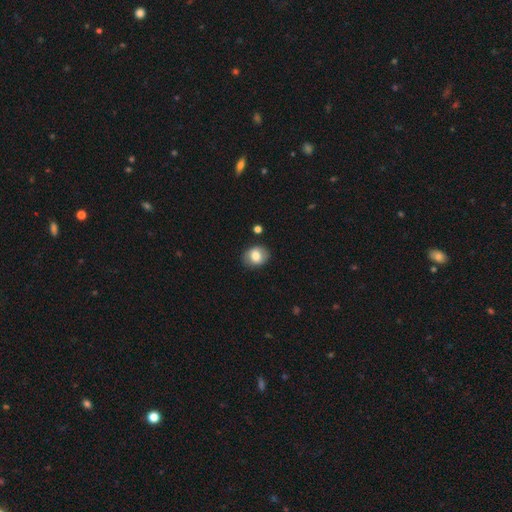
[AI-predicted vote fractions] A smooth galaxy with no disk features (75%) that is round (50%).

Vote fractions:
- Smooth or featured? smooth: 75% / featured or disk: 17% / star or artifact: 8%
- How rounded? round: 50% / in between: 49% / cigar-shaped: 1%
- Merging? none: 80% / minor disturbance: 14% / major disturbance: 4% / merger: 2%